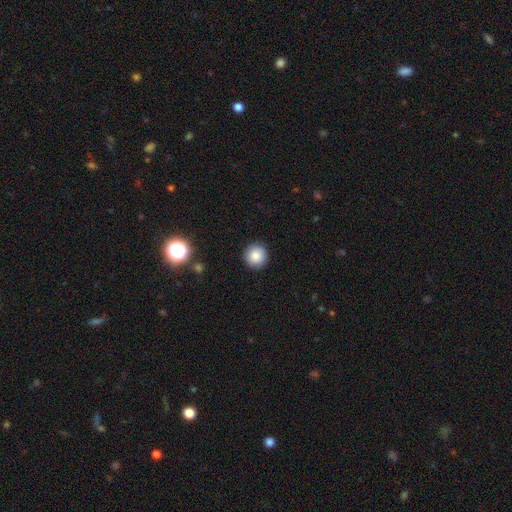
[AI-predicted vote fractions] A smooth galaxy with no disk features (85%) that is round (95%).

Vote fractions:
- Smooth or featured? smooth: 85% / star or artifact: 10% / featured or disk: 6%
- How rounded? round: 95% / in between: 4% / cigar-shaped: 1%
- Merging? none: 92% / minor disturbance: 6% / major disturbance: 2% / merger: 1%